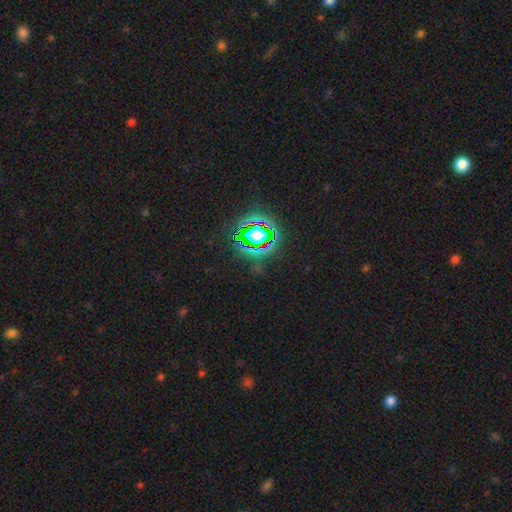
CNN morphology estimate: A star or artifact, not a galaxy (78%).

Vote fractions:
- Smooth or featured? star or artifact: 78% / smooth: 13% / featured or disk: 9%